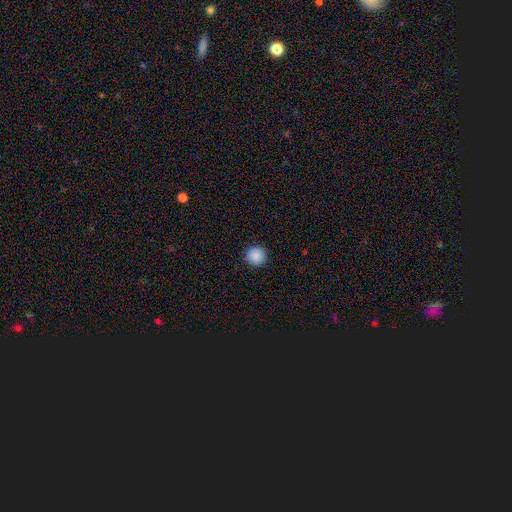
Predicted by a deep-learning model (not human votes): A smooth galaxy with no disk features (89%) that is round (96%).

Vote fractions:
- Smooth or featured? smooth: 89% / star or artifact: 8% / featured or disk: 3%
- How rounded? round: 96% / in between: 3% / cigar-shaped: 1%
- Merging? none: 93% / minor disturbance: 5% / major disturbance: 2% / merger: 1%